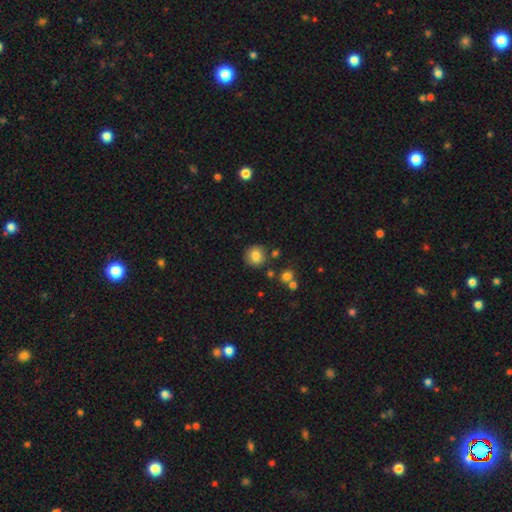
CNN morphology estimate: Smooth or featured? smooth (82%)
How rounded? round (90%)
Merging? none (84%)